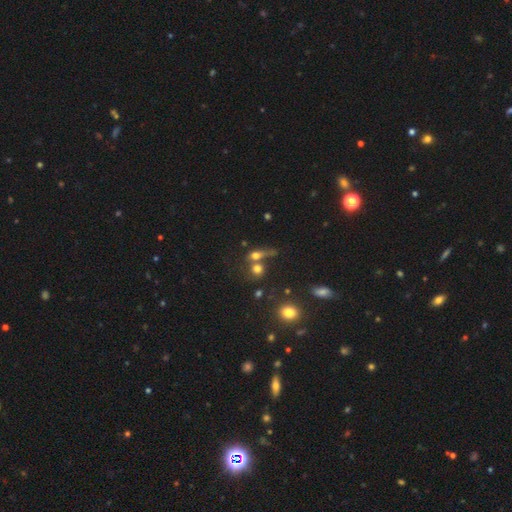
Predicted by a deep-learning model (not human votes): Smooth or featured?
  - smooth: 63% *
  - featured or disk: 20%
  - star or artifact: 17%
How rounded?
  - round: 60% *
  - in between: 32%
  - cigar-shaped: 9%
Merging?
  - merger: 43% *
  - none: 35%
  - major disturbance: 11%
  - minor disturbance: 11%